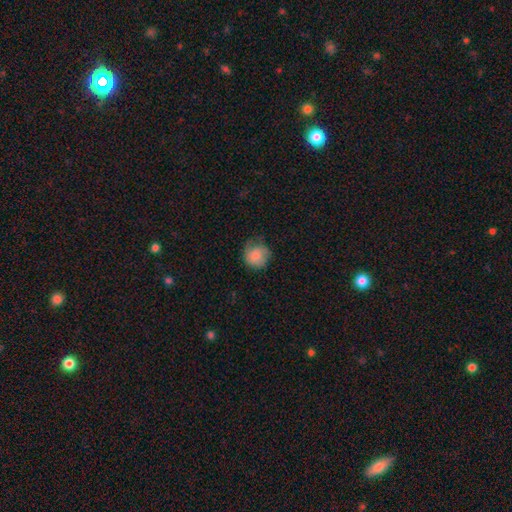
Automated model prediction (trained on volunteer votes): Smooth or featured?
  - smooth: 82% *
  - featured or disk: 10%
  - star or artifact: 7%
How rounded?
  - round: 88% *
  - in between: 11%
  - cigar-shaped: 1%
Merging?
  - none: 58% *
  - minor disturbance: 30%
  - major disturbance: 11%
  - merger: 1%